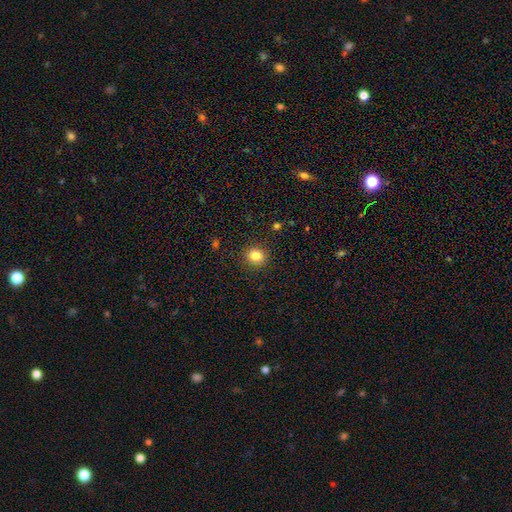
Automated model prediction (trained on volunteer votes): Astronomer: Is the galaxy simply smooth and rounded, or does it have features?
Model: smooth — 83%.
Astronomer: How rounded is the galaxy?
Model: round — 81%.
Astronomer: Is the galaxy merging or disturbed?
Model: none — 90%.